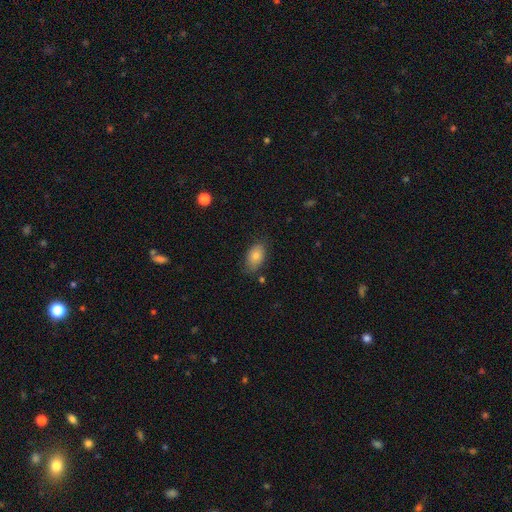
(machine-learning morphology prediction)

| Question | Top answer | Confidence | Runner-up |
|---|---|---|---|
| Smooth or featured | smooth | 78% | featured or disk (13%) |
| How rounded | in between | 90% | round (7%) |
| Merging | none | 76% | minor disturbance (19%) |